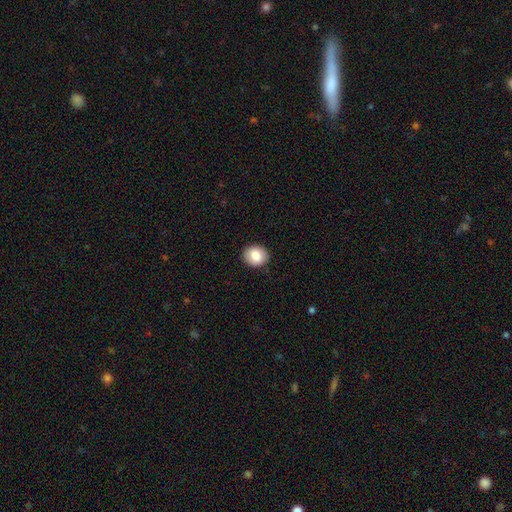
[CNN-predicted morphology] Overall: smooth (85%). How rounded: round (63%; in between 36%). Merging: none (89%).